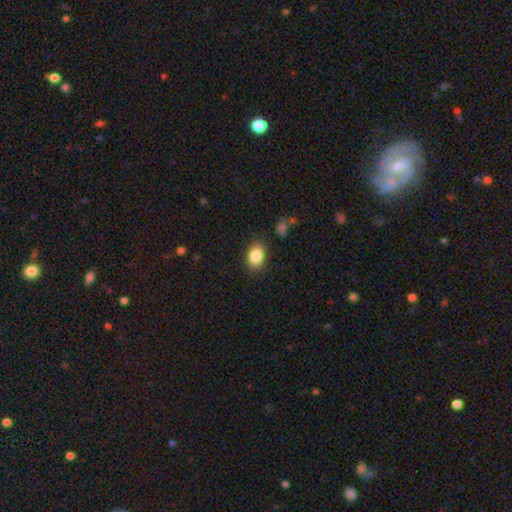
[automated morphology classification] Overall: smooth (85%). How rounded: in between (81%). Merging: none (85%).